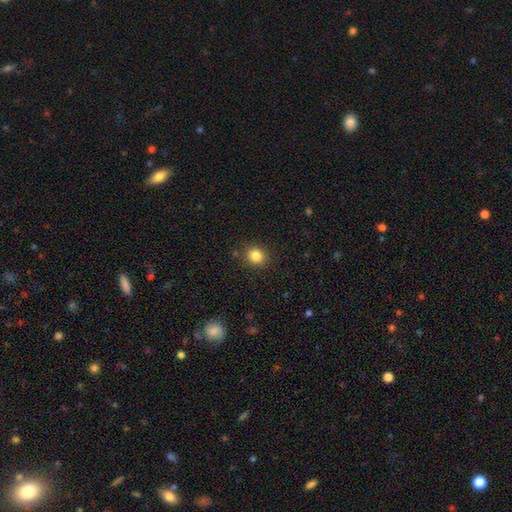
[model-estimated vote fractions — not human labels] Smooth or featured?
  - smooth: 84% *
  - star or artifact: 11%
  - featured or disk: 5%
How rounded?
  - round: 76% *
  - in between: 23%
  - cigar-shaped: 1%
Merging?
  - none: 88% *
  - minor disturbance: 8%
  - major disturbance: 3%
  - merger: 2%